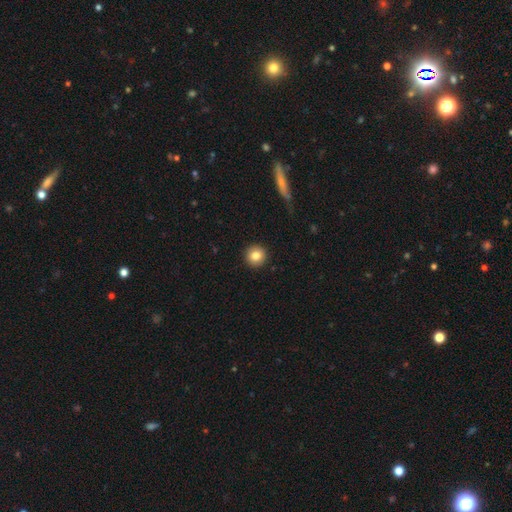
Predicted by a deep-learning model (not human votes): smooth-or-featured: smooth: 83% | star or artifact: 9% | featured or disk: 8%
  how-rounded: round: 95% | in between: 4% | cigar-shaped: 1%
  merging: none: 92% | minor disturbance: 5% | major disturbance: 2% | merger: 1%